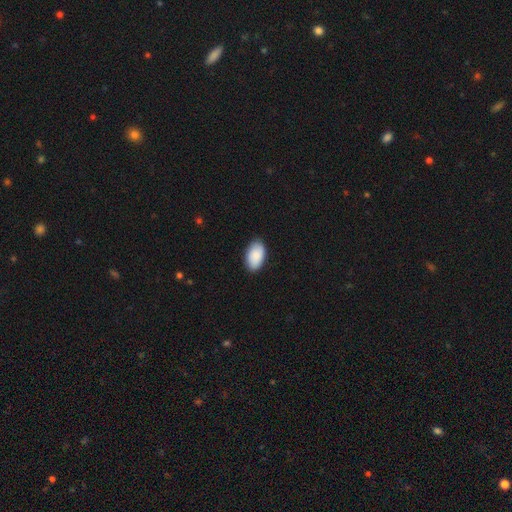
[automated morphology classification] type=smooth (89%); roundness=in between (95%); merging=none (86%).